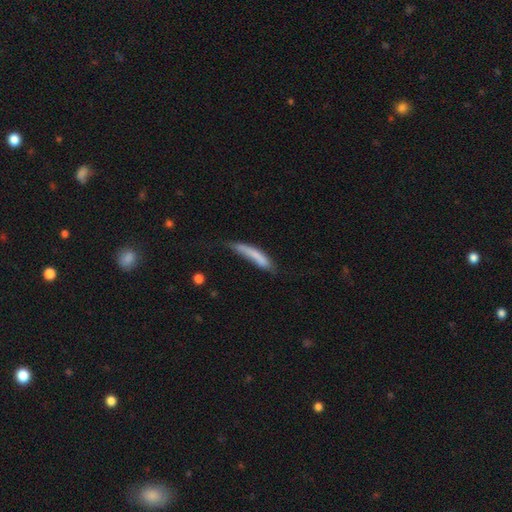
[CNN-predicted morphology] This appears to be a smooth galaxy with no disk features (73%) that is cigar-shaped (88%). Merging: none (42%).